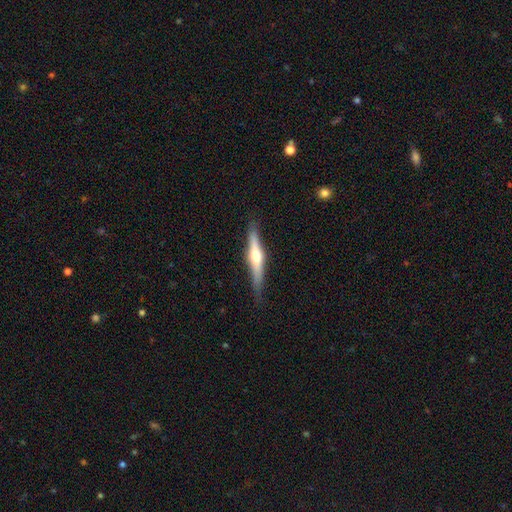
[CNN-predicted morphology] featured or disk 63%, smooth 32%, star or artifact 5%. Down the decision tree: edge-on disk — yes (97%); edge-on bulge — rounded (88%); merging — none (82%).